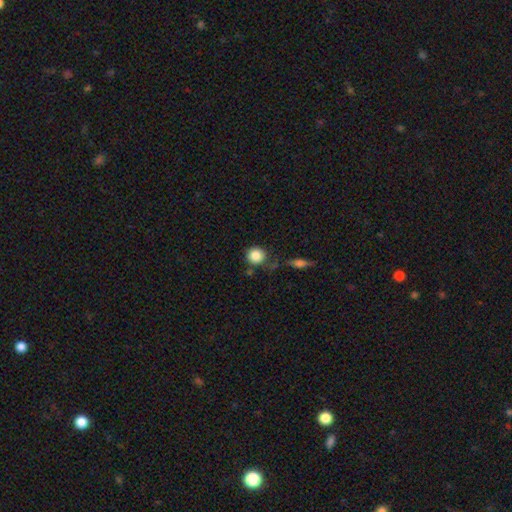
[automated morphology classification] type=smooth (86%); roundness=round (91%); merging=none (72%).